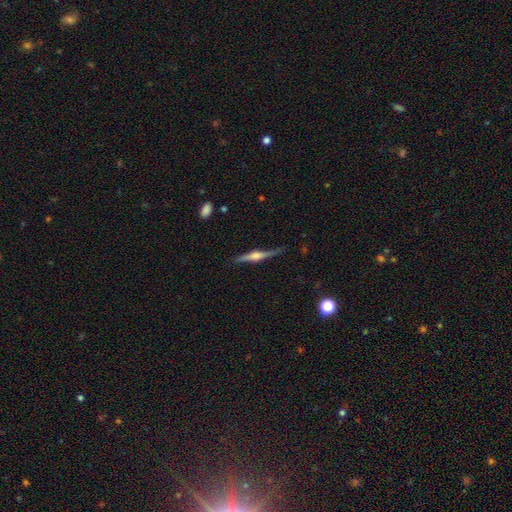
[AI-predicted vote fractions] Smooth or featured?
  - featured or disk: 78% *
  - smooth: 16%
  - star or artifact: 6%
Edge-on disk?
  - yes: 98% *
  - no: 2%
Edge-on bulge?
  - rounded: 83% *
  - boxy: 13%
  - none: 4%
Merging?
  - none: 83% *
  - minor disturbance: 13%
  - major disturbance: 3%
  - merger: 1%